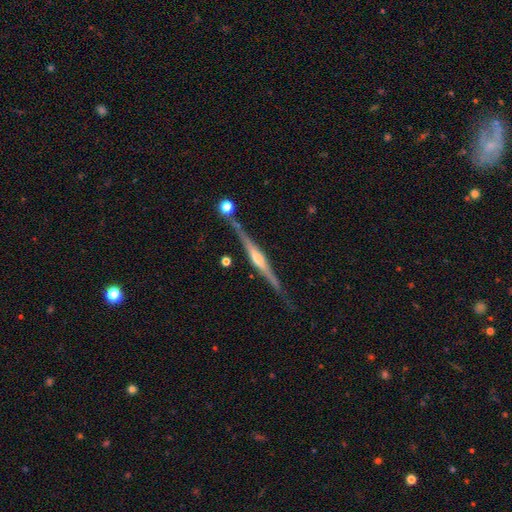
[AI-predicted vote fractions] Smooth or featured? featured or disk (82%)
Edge-on disk? yes (98%)
Edge-on bulge? rounded (74%)
Merging? none (78%)